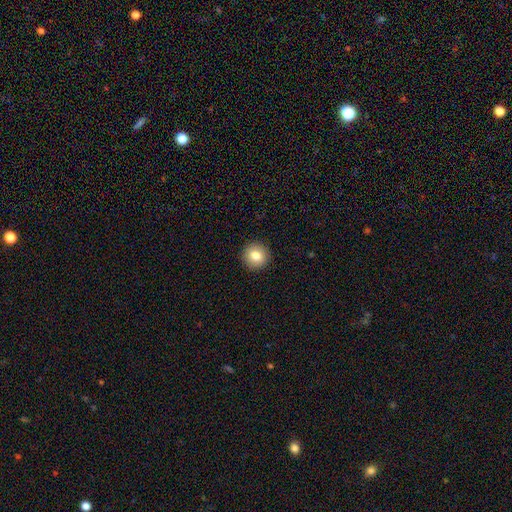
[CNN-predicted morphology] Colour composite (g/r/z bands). It shows a smooth galaxy with no disk features (81%) that is round (94%). Merging: none (93%).